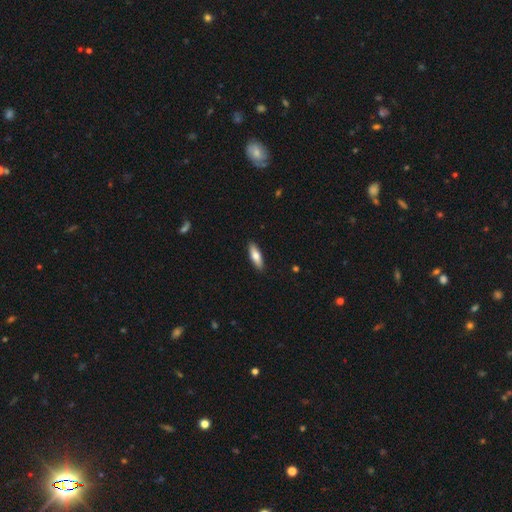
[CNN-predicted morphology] This appears to be a smooth galaxy with no disk features (75%) that is in between round and cigar-shaped (54%). Merging: none (90%).